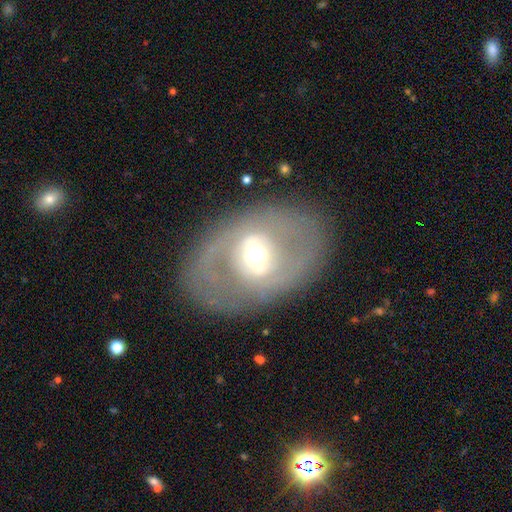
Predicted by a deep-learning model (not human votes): Q: Smooth or featured?
A: featured or disk (70%); runner-up: smooth (23%)
Q: Edge-on disk?
A: no (89%); runner-up: yes (11%)
Q: Bar?
A: strong (45%); runner-up: weak (32%)
Q: Spiral arms?
A: no (71%); runner-up: yes (29%)
Q: Bulge size?
A: moderate (61%); runner-up: large (19%)
Q: Merging?
A: none (77%); runner-up: minor disturbance (12%)